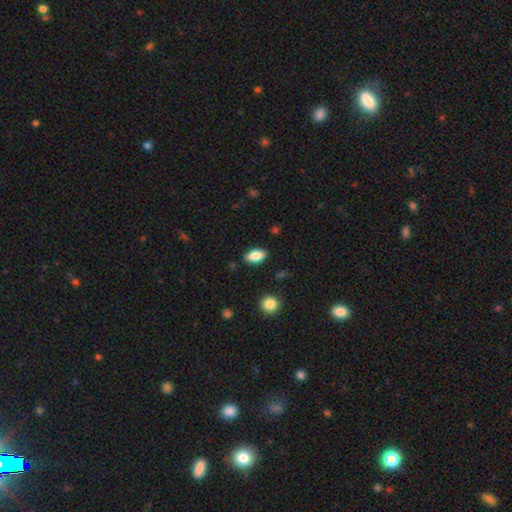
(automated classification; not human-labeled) Smooth or featured? Predicted: smooth (p=0.84). How rounded? Predicted: in between (p=0.90). Merging? Predicted: none (p=0.87).